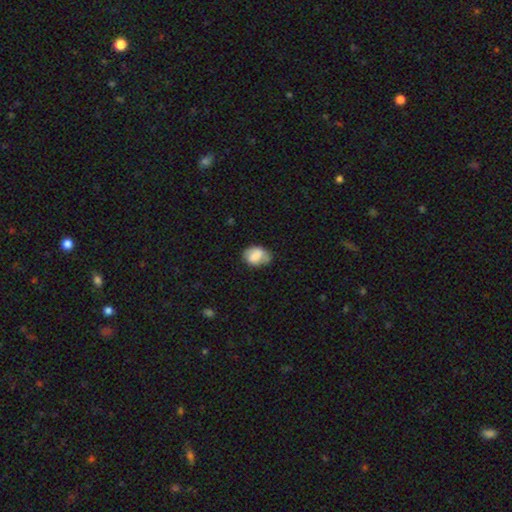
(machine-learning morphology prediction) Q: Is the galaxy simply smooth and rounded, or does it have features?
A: smooth — 77%.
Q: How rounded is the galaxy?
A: in between — 69%.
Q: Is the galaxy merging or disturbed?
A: none — 56%.